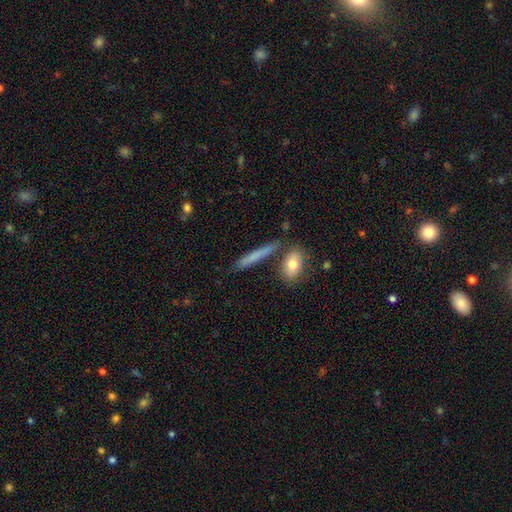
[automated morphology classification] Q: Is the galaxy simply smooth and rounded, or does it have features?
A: smooth — 70%.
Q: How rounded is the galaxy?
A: cigar-shaped — 89%.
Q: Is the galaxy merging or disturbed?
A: none — 79%.